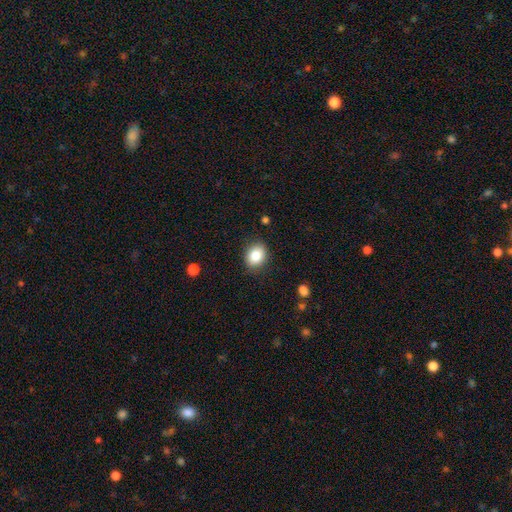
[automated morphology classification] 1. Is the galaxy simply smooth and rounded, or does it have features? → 85% smooth, 8% star or artifact, 7% featured or disk.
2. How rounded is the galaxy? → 51% in between, 49% round, 1% cigar-shaped.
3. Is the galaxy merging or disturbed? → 86% none, 10% minor disturbance, 2% major disturbance, 1% merger.